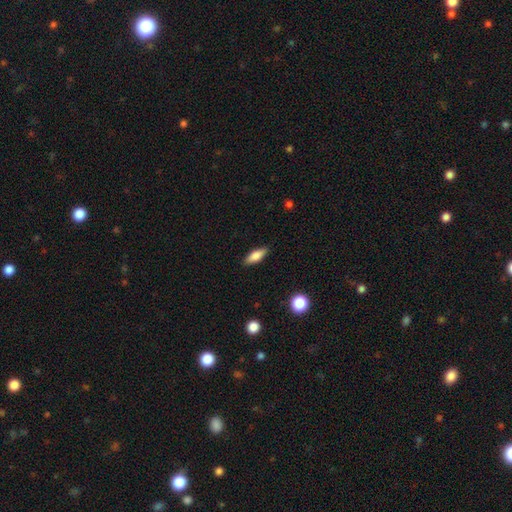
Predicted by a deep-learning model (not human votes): Morphology: type=smooth (76%); roundness=in between (61%); merging=none (87%).